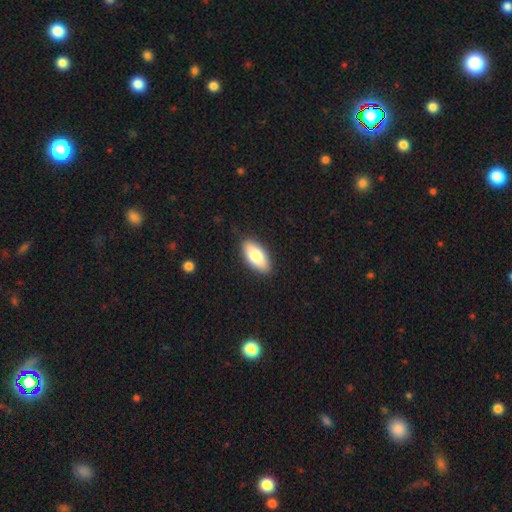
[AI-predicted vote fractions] smooth 79%, featured or disk 15%, star or artifact 6%. Down the decision tree: how rounded — in between (90%); merging — none (88%).